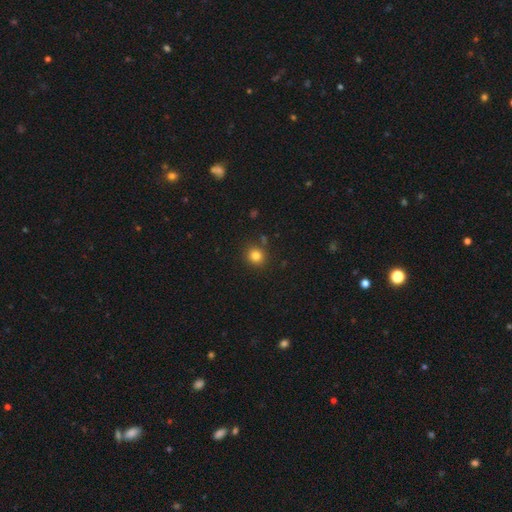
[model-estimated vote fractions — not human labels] smooth_or_featured: smooth (p=0.82) [alt: star or artifact p=0.13]
how_rounded: round (p=0.89) [alt: in between p=0.10]
merging: none (p=0.85) [alt: minor disturbance p=0.08]